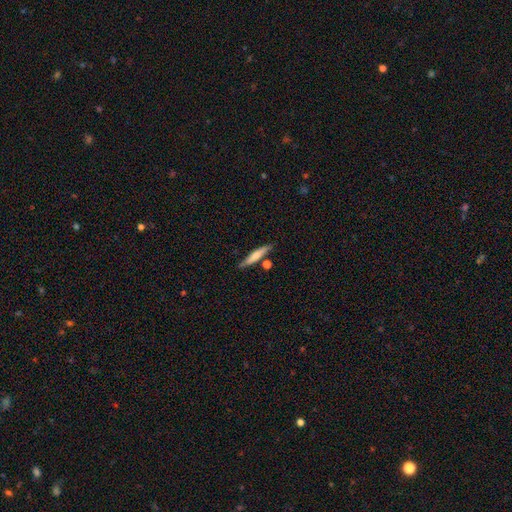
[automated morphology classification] This appears to be a smooth galaxy with no disk features (64%) that is cigar-shaped (90%). Merging: none (77%).